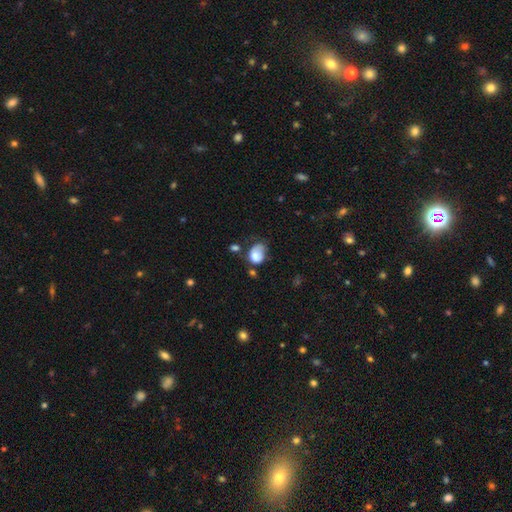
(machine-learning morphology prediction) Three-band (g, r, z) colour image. It shows a smooth galaxy with no disk features (75%) that is in between round and cigar-shaped (65%). Merging: minor disturbance (37%).